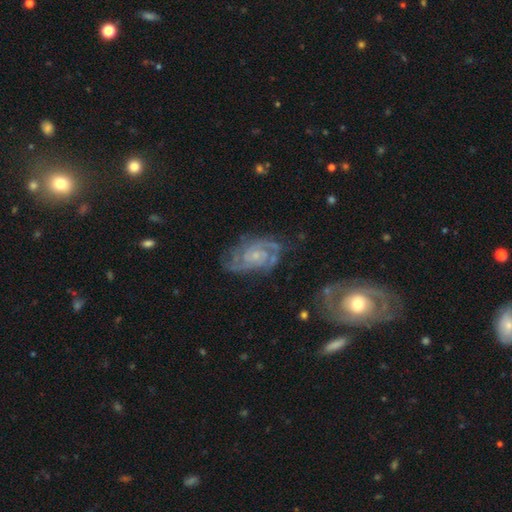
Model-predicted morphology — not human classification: Smooth or featured? featured or disk (86%)
Edge-on disk? no (97%)
Bar? no (67%)
Spiral arms? yes (96%)
Spiral winding? tight (53%)
Spiral arm count? 2 (38%)
Bulge size? small (71%)
Merging? none (67%)